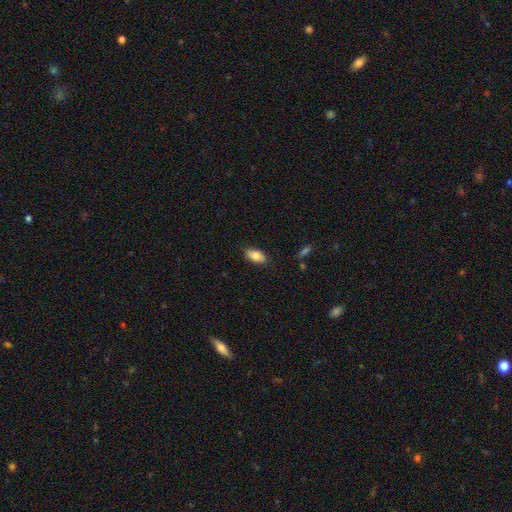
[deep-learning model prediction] This appears to be a smooth galaxy with no disk features (81%) that is in between round and cigar-shaped (91%). Merging: none (84%).